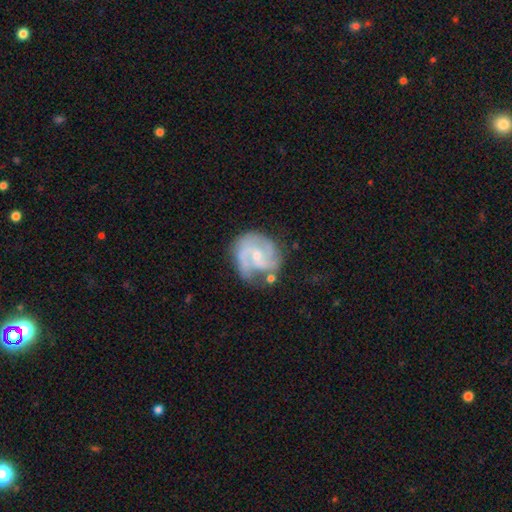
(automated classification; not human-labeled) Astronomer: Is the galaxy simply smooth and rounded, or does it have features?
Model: featured or disk — 84%.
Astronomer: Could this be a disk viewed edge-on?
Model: no — 98%.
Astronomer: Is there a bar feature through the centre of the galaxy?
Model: no — 52% (runner-up: weak, 41%).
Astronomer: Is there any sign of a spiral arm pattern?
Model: yes — 95%.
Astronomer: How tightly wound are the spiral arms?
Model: medium — 49% (runner-up: tight, 37%).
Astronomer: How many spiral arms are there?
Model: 2 — 40% (runner-up: 3, 34%).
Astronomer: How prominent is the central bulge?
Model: small — 63%.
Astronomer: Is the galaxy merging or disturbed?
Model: none — 58%.